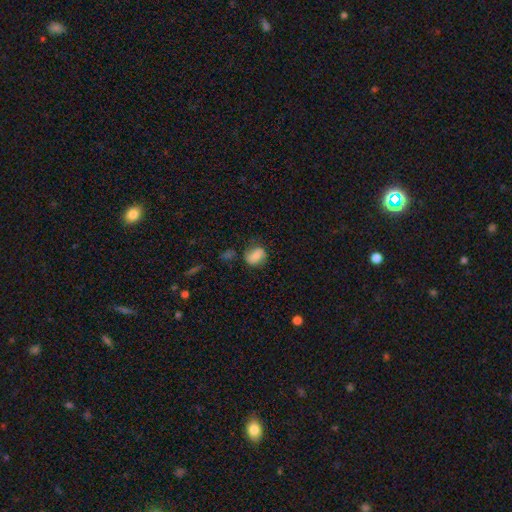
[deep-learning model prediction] A smooth galaxy with no disk features (67%) that is in between round and cigar-shaped (67%). Merging: none (57%).